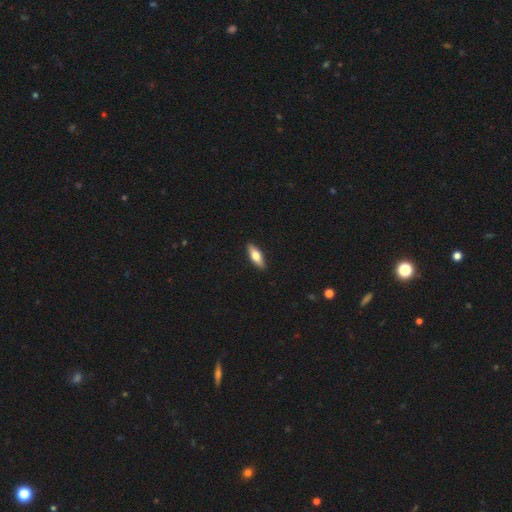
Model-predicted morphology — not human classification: This appears to be a smooth galaxy with no disk features (63%) that is in between round and cigar-shaped (59%). Merging: none (90%).